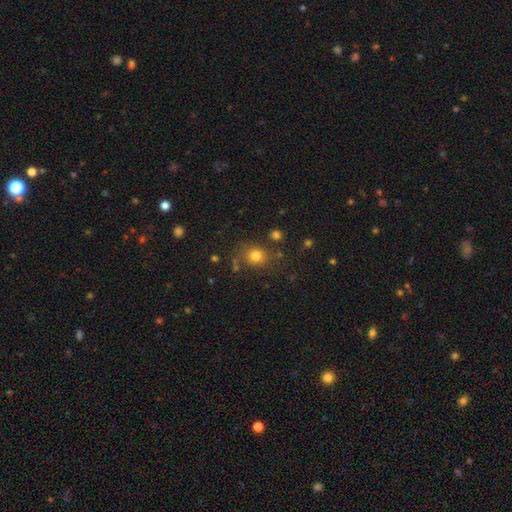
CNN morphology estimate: Q: Smooth or featured?
A: smooth (78%); runner-up: star or artifact (14%)
Q: How rounded?
A: round (77%); runner-up: in between (22%)
Q: Merging?
A: none (76%); runner-up: minor disturbance (12%)